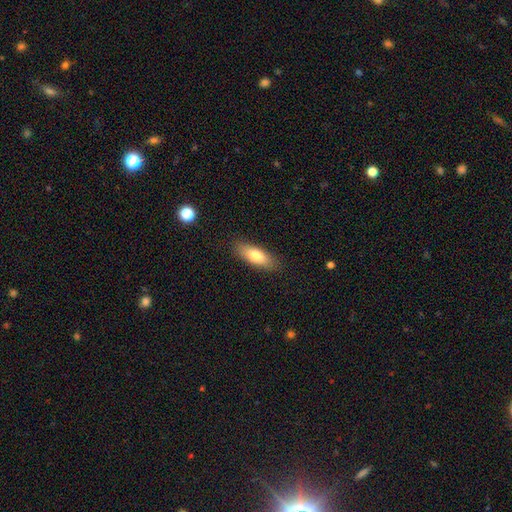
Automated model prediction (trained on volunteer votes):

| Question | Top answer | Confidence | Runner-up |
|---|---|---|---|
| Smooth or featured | smooth | 74% | featured or disk (19%) |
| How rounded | in between | 67% | cigar-shaped (31%) |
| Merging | none | 87% | minor disturbance (9%) |